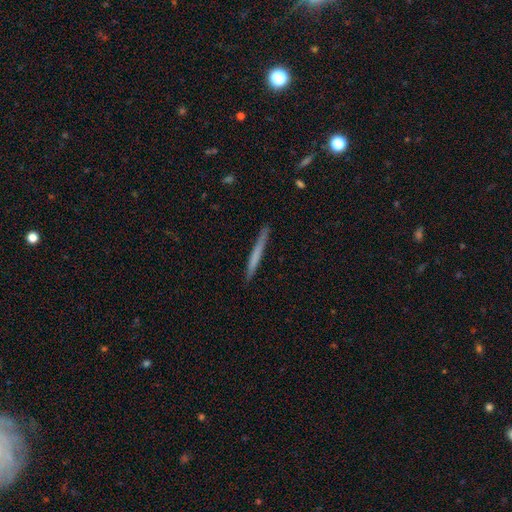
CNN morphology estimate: The model was most divided on "smooth or featured": smooth: 61%, featured or disk: 34%, star or artifact: 5%. More confident: how rounded — cigar-shaped (97%); merging — none (90%).